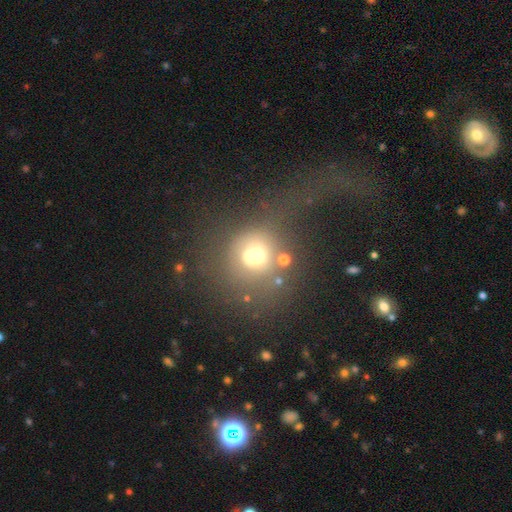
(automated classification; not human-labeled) Overall: smooth (59%; featured or disk 21%). How rounded: round (78%). Merging: none (41%; major disturbance 23%).